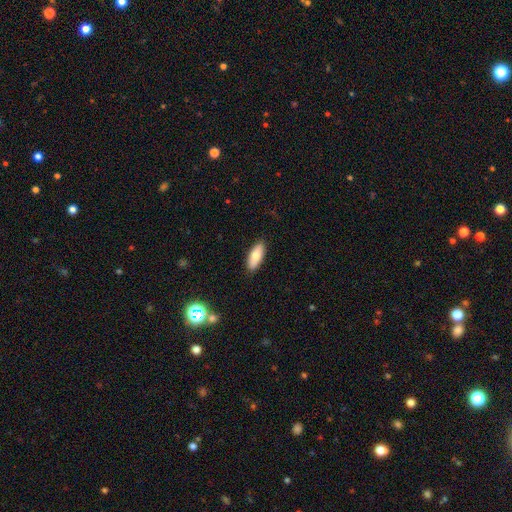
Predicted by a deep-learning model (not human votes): This is likely a smooth galaxy (79%). How rounded: likely in between (76%). Merging: clearly none (89%).